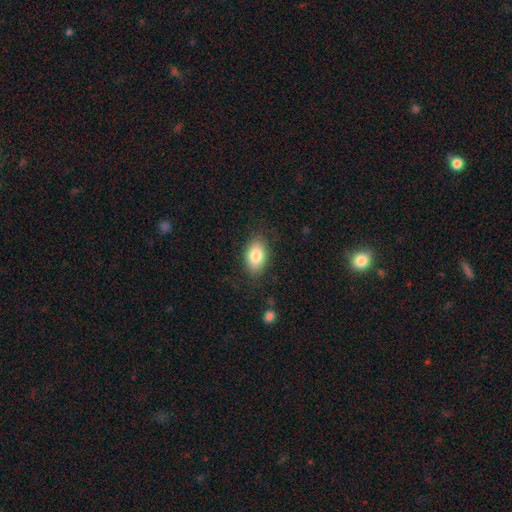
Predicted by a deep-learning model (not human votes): Smooth or featured: smooth — 83% (featured or disk — 10%)
How rounded: in between — 90% (round — 9%)
Merging: none — 81% (minor disturbance — 14%)